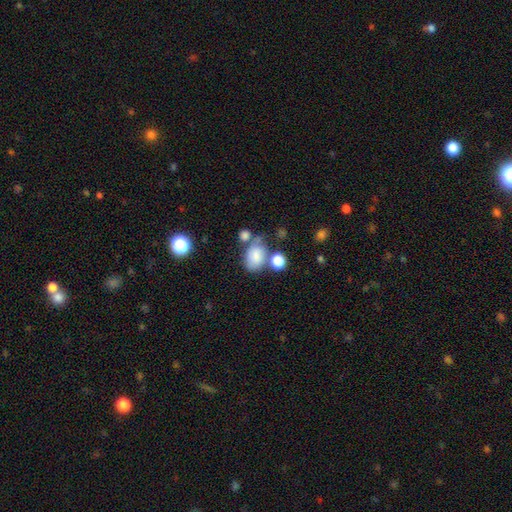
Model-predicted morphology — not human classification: A smooth galaxy with no disk features (78%) that is in between round and cigar-shaped (74%). Merging: none (44%).